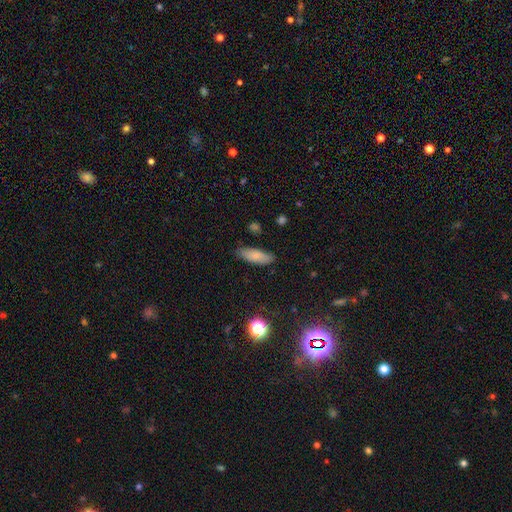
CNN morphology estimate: Overall: smooth (81%). How rounded: in between (57%; cigar-shaped 40%). Merging: none (83%).